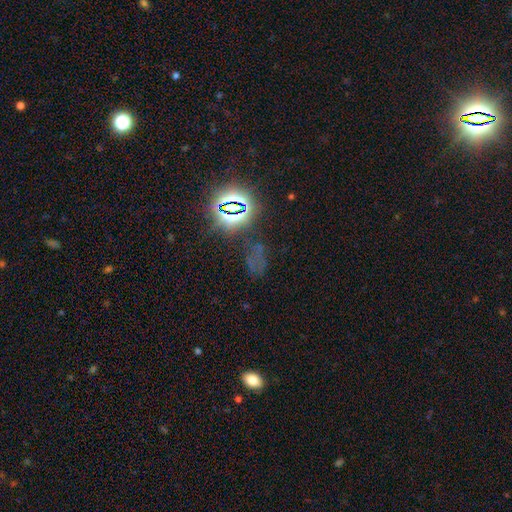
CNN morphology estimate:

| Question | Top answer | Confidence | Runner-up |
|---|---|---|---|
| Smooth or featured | star or artifact | 73% | smooth (17%) |